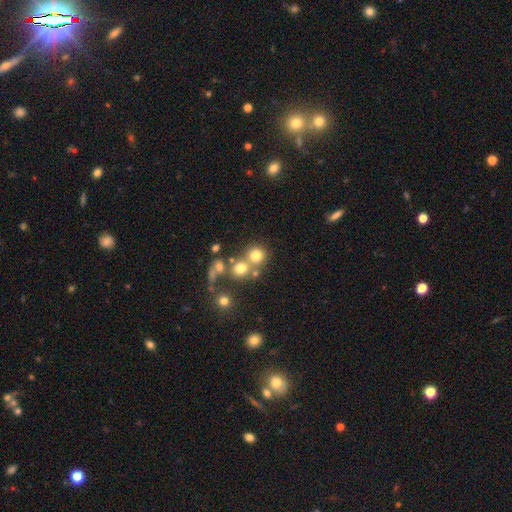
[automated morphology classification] smooth 73%, star or artifact 15%, featured or disk 12%. Down the decision tree: how rounded — round (89%); merging — none (53%).